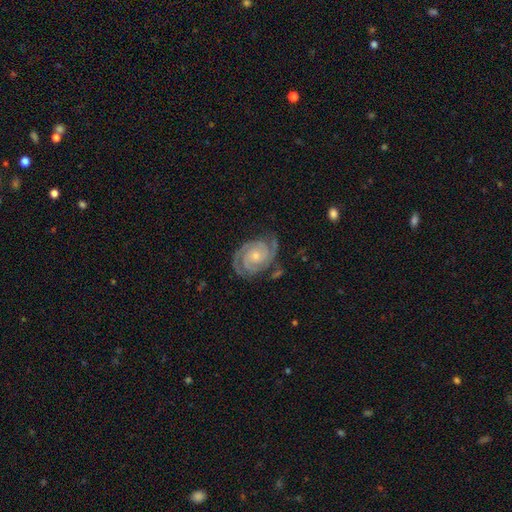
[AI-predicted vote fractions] This is clearly a featured or disk galaxy (91%). It is clearly not viewed edge-on (98%). Bar: likely no (73%). Spiral arm pattern: clearly yes (98%). Spiral arm count: likely 2 (76%). Spiral winding: likely tight (72%). Central bulge: likely small (63%). Merging: likely none (76%).